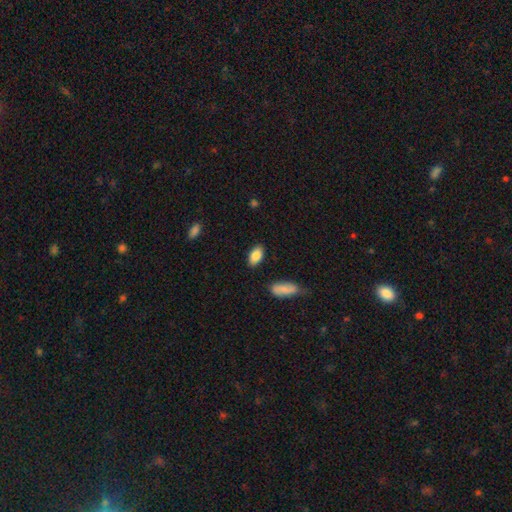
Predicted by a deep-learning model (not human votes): This appears to be a smooth galaxy with no disk features (84%) that is in between round and cigar-shaped (93%). Merging: none (85%).